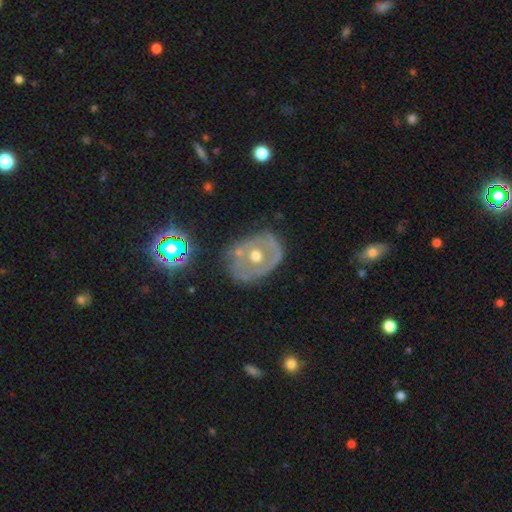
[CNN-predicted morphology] featured or disk 67%, smooth 22%, star or artifact 12%. Down the decision tree: edge-on disk — no (94%); bar — no (79%); spiral arms — no (64%); bulge size — moderate (67%); merging — none (64%).